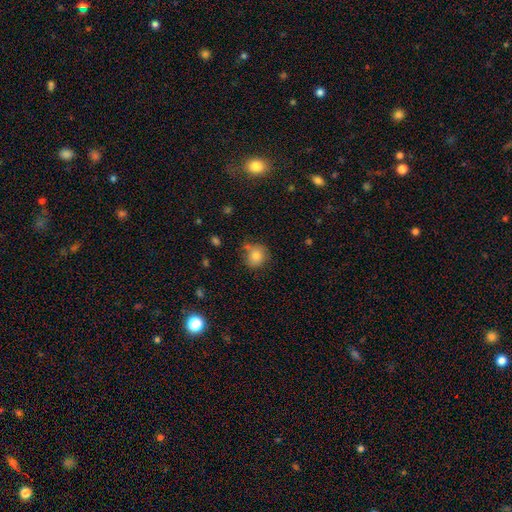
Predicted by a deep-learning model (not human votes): Smooth or featured? Predicted: smooth (p=0.80). How rounded? Predicted: round (p=0.81). Merging? Predicted: none (p=0.62).